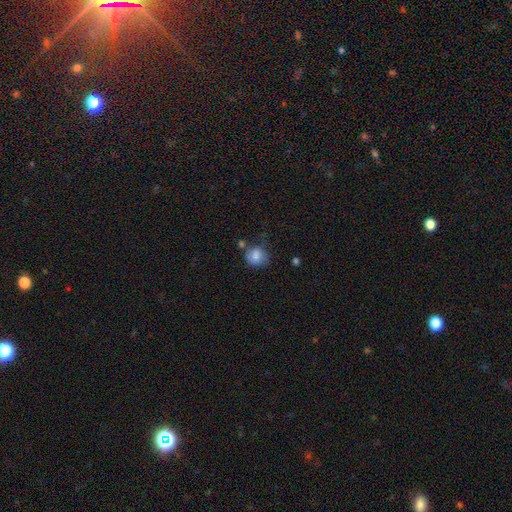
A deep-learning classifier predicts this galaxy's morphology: smooth 79%, featured or disk 12%, star or artifact 9%. Down the decision tree: how rounded — round (67%); merging — none (53%).